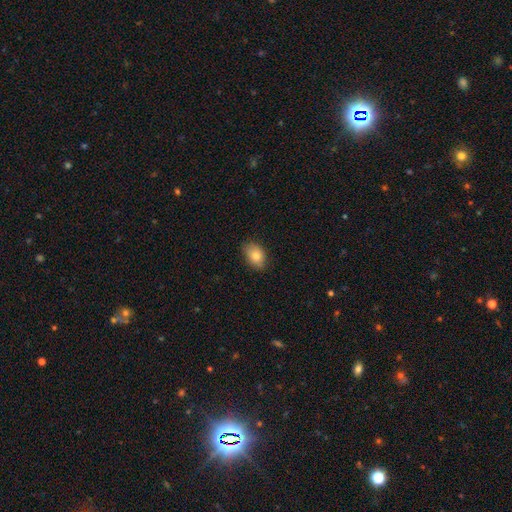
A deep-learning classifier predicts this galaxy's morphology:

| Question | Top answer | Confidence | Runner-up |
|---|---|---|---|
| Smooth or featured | smooth | 82% | featured or disk (10%) |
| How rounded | in between | 82% | round (17%) |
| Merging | none | 82% | minor disturbance (14%) |